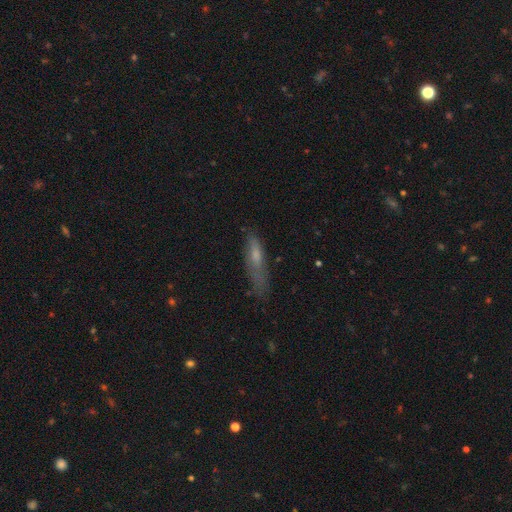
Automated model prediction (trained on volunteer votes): Smooth or featured? Predicted: smooth (p=0.61). How rounded? Predicted: cigar-shaped (p=0.70). Merging? Predicted: none (p=0.55).